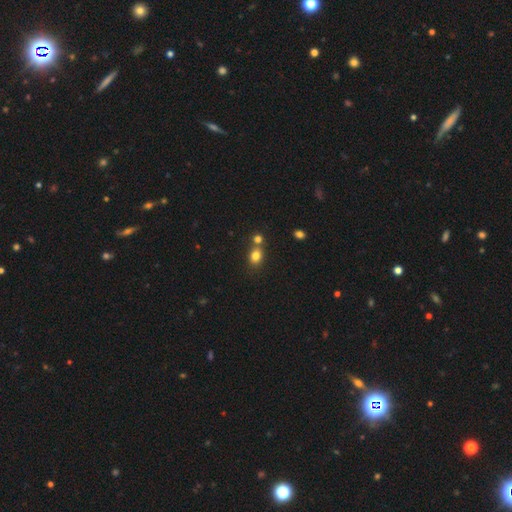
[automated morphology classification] Smooth or featured?
  - smooth: 80% *
  - star or artifact: 13%
  - featured or disk: 7%
How rounded?
  - round: 52% *
  - in between: 47%
  - cigar-shaped: 1%
Merging?
  - none: 56% *
  - merger: 30%
  - minor disturbance: 10%
  - major disturbance: 3%